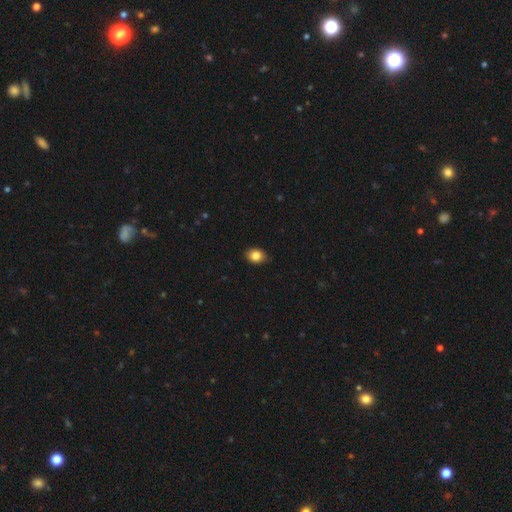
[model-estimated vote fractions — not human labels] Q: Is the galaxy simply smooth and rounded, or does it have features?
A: smooth — 84%.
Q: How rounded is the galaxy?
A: in between — 60%.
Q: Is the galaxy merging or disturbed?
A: none — 86%.